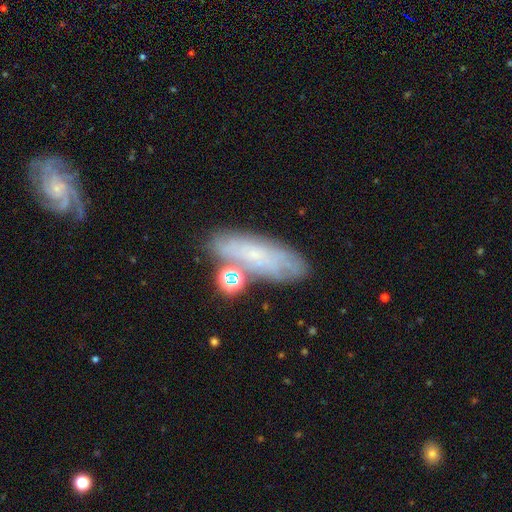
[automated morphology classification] Smooth or featured? smooth (51%)
How rounded? in between (54%)
Merging? none (63%)